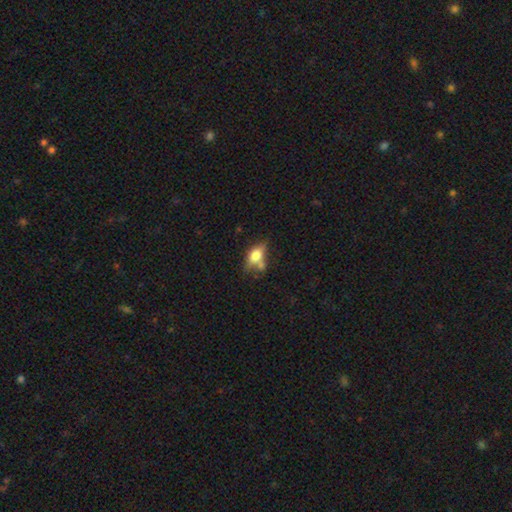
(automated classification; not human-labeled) A smooth galaxy with no disk features (62%) that is in between round and cigar-shaped (78%).

Vote fractions:
- Smooth or featured? smooth: 62% / featured or disk: 28% / star or artifact: 10%
- How rounded? in between: 78% / round: 11% / cigar-shaped: 11%
- Merging? none: 40% / merger: 24% / minor disturbance: 23% / major disturbance: 13%